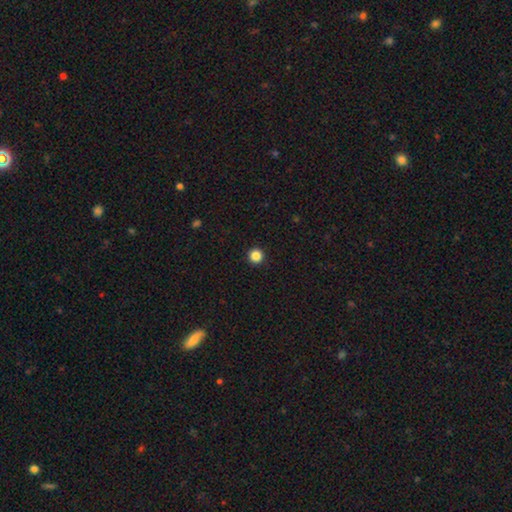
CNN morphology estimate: type=smooth (86%); roundness=round (96%); merging=none (94%).